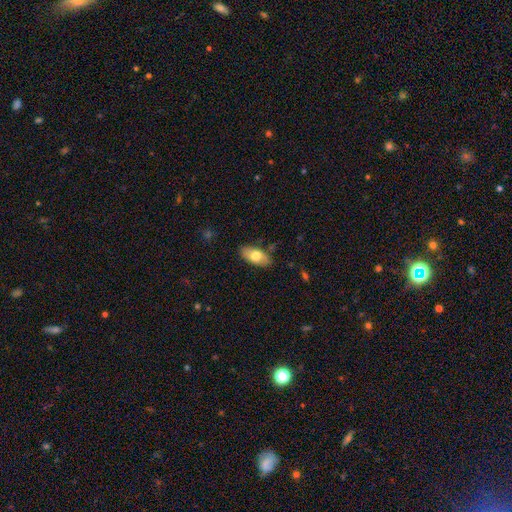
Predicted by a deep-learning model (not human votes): Smooth or featured?
  - smooth: 74% *
  - featured or disk: 20%
  - star or artifact: 6%
How rounded?
  - in between: 92% *
  - cigar-shaped: 5%
  - round: 3%
Merging?
  - none: 83% *
  - minor disturbance: 13%
  - major disturbance: 2%
  - merger: 2%